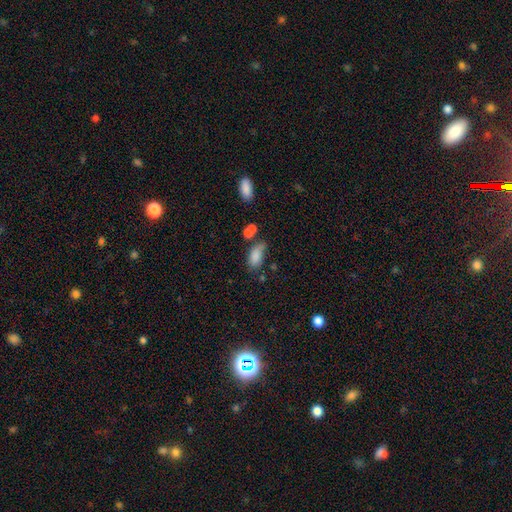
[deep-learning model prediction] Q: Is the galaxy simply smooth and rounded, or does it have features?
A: smooth — 81%.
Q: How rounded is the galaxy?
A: in between — 90%.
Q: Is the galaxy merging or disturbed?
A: none — 40%.